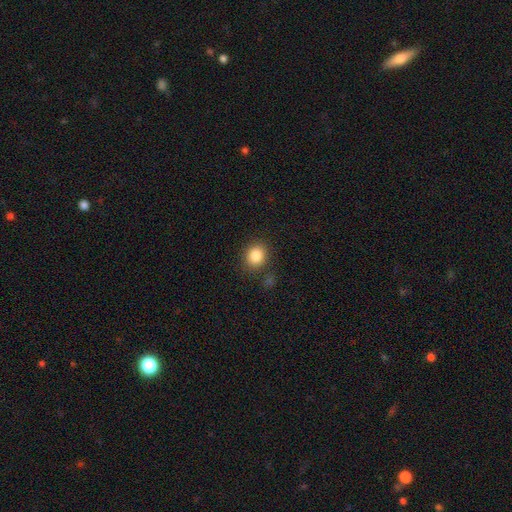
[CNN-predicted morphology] The model was most divided on "how rounded": round: 74%, in between: 25%, cigar-shaped: 1%. More confident: smooth or featured — smooth (85%); merging — none (83%).